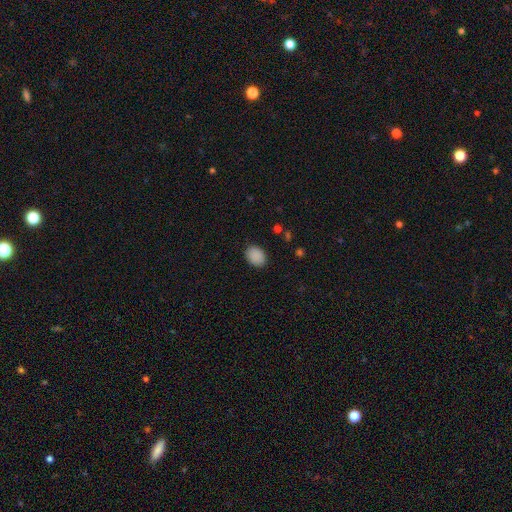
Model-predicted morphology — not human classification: smooth-or-featured: smooth: 89% | star or artifact: 8% | featured or disk: 3%
  how-rounded: in between: 66% | round: 33% | cigar-shaped: 1%
  merging: none: 87% | minor disturbance: 10% | major disturbance: 2% | merger: 1%